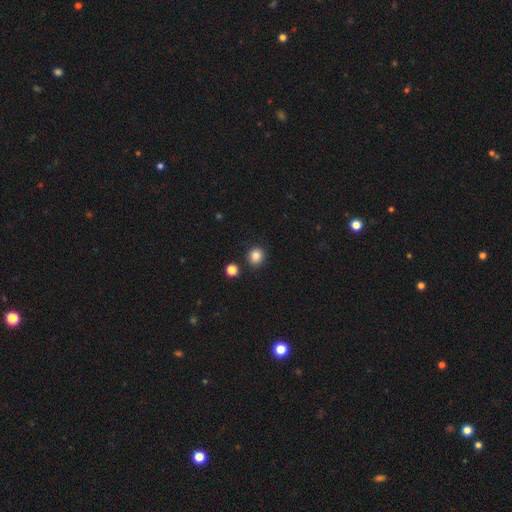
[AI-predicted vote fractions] A smooth galaxy with no disk features (84%) that is round (87%). Merging: none (89%).